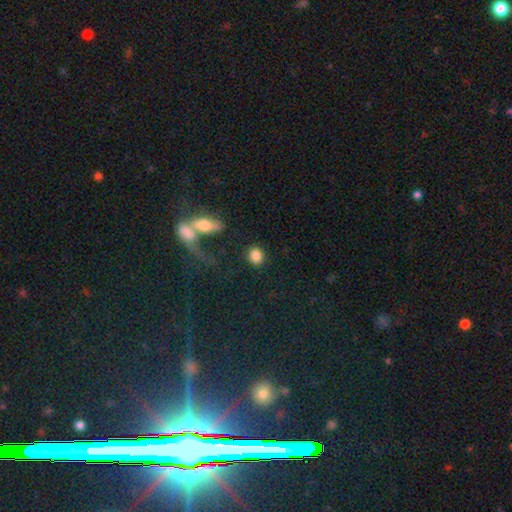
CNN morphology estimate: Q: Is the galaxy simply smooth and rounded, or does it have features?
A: smooth — 85%.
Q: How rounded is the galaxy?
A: round — 60%.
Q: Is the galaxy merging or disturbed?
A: none — 81%.